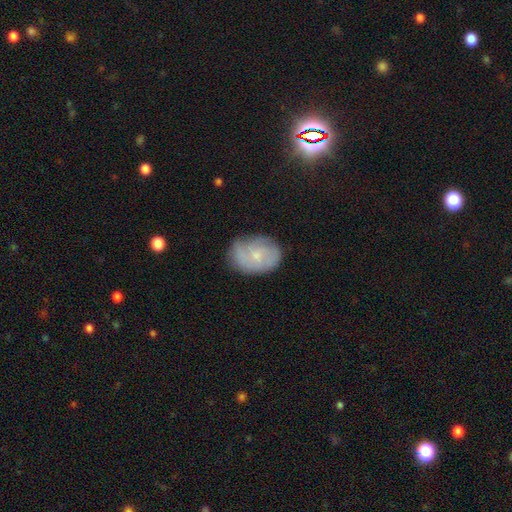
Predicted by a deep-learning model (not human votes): smooth 50%, featured or disk 41%, star or artifact 8%. Down the decision tree: how rounded — in between (72%); merging — none (63%).